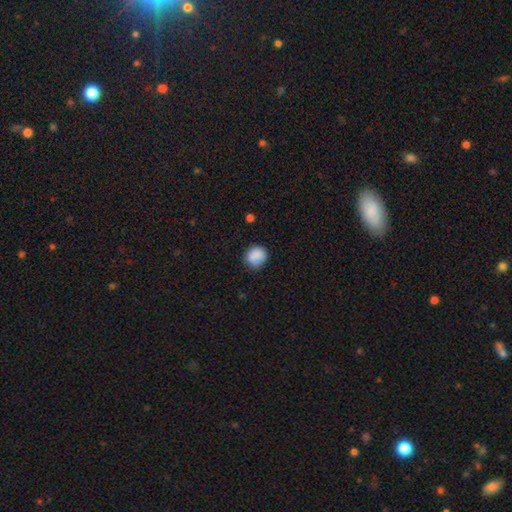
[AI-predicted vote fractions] This is clearly a smooth galaxy (86%). How rounded: likely round (79%). Merging: likely none (78%).